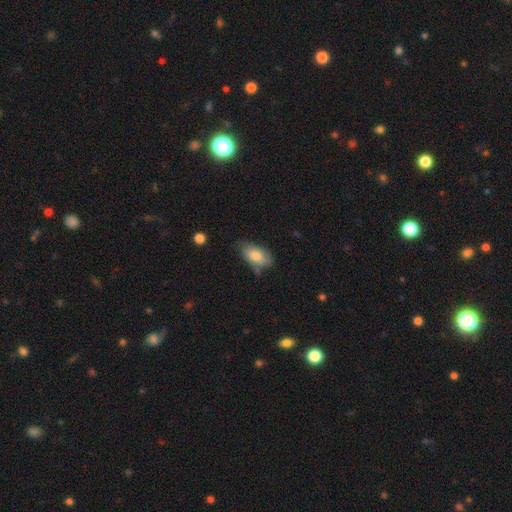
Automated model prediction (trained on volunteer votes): smooth-or-featured: smooth: 78% | featured or disk: 15% | star or artifact: 7%
  how-rounded: in between: 92% | round: 5% | cigar-shaped: 3%
  merging: none: 55% | minor disturbance: 34% | major disturbance: 8% | merger: 3%